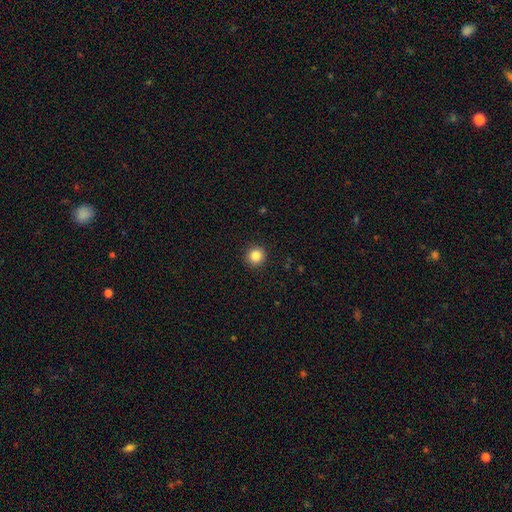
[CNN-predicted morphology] A smooth galaxy with no disk features (85%) that is round (95%).

Vote fractions:
- Smooth or featured? smooth: 85% / star or artifact: 11% / featured or disk: 4%
- How rounded? round: 95% / in between: 5% / cigar-shaped: 1%
- Merging? none: 93% / minor disturbance: 5% / major disturbance: 2% / merger: 1%